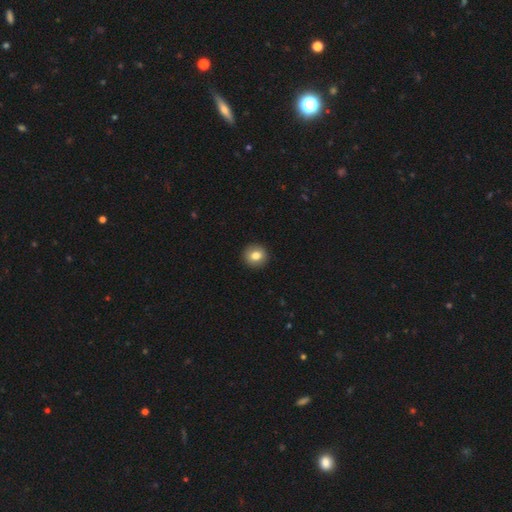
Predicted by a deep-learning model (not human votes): smooth 82%, featured or disk 10%, star or artifact 9%. Down the decision tree: how rounded — round (88%); merging — none (93%).